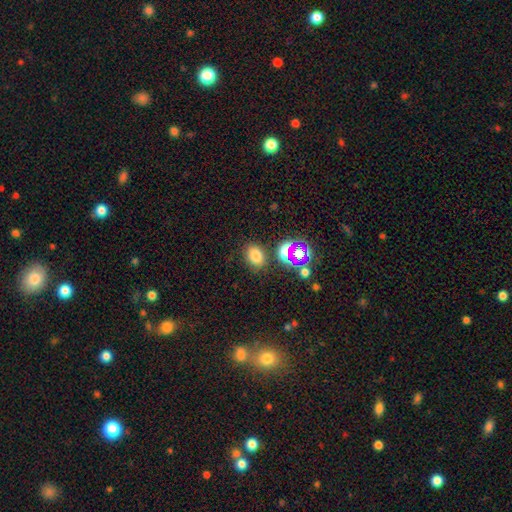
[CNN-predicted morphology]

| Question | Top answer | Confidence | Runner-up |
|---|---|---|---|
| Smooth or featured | smooth | 72% | star or artifact (21%) |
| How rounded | in between | 65% | round (34%) |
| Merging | none | 79% | minor disturbance (11%) |